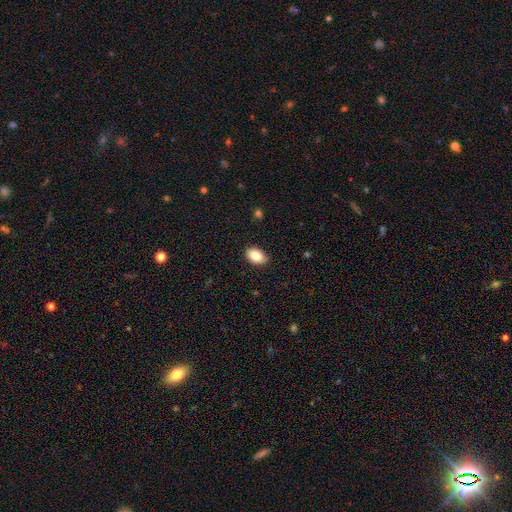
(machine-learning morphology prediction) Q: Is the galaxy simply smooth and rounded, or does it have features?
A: smooth — 84%.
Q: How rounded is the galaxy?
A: in between — 88%.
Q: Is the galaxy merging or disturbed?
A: none — 88%.